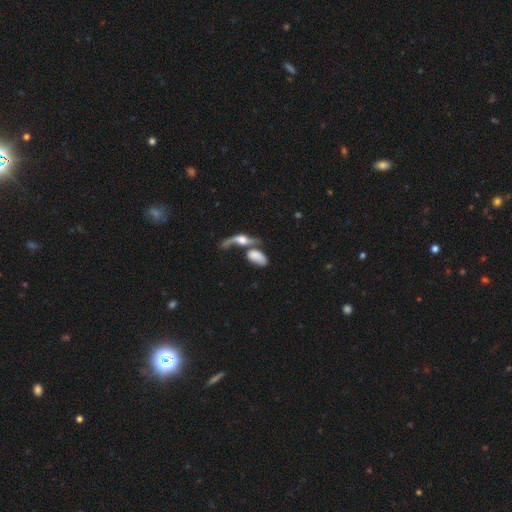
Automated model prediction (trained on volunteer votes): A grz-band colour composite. It shows a smooth galaxy with no disk features (54%) that is in between round and cigar-shaped (85%). Merging: merger (57%).